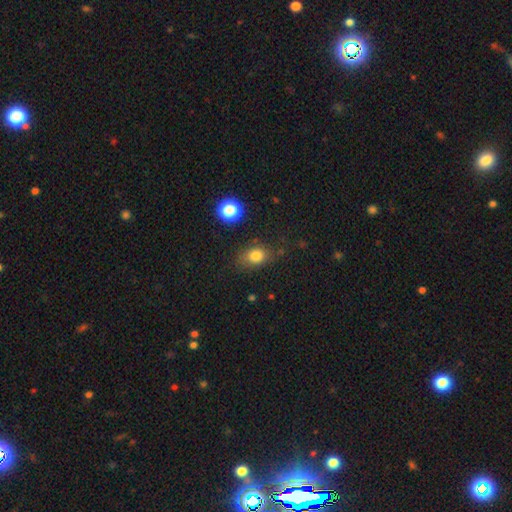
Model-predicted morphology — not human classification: smooth_or_featured: smooth (p=0.81) [alt: star or artifact p=0.12]
how_rounded: in between (p=0.64) [alt: round p=0.34]
merging: none (p=0.71) [alt: minor disturbance p=0.19]